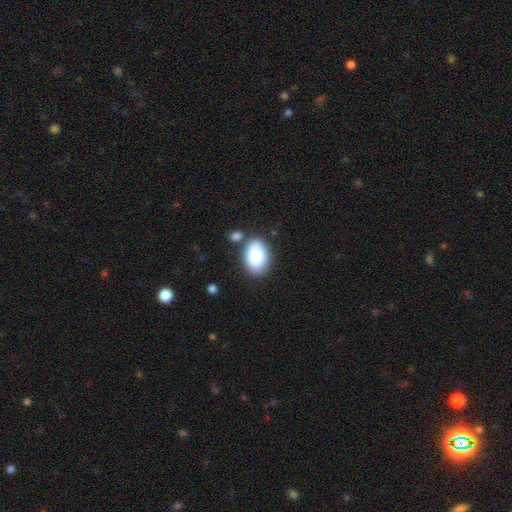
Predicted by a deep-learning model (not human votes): Smooth or featured?
  - smooth: 85% *
  - featured or disk: 8%
  - star or artifact: 7%
How rounded?
  - in between: 90% *
  - round: 9%
  - cigar-shaped: 1%
Merging?
  - none: 64% *
  - minor disturbance: 17%
  - merger: 14%
  - major disturbance: 5%